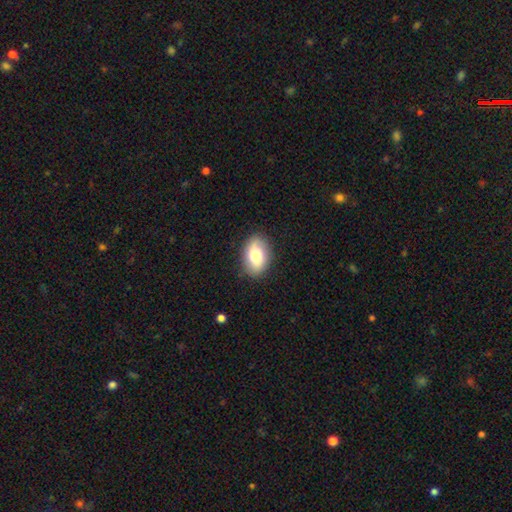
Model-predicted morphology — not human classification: Smooth or featured?
  - smooth: 69% *
  - featured or disk: 24%
  - star or artifact: 7%
How rounded?
  - in between: 87% *
  - round: 12%
  - cigar-shaped: 2%
Merging?
  - none: 85% *
  - minor disturbance: 11%
  - major disturbance: 3%
  - merger: 1%